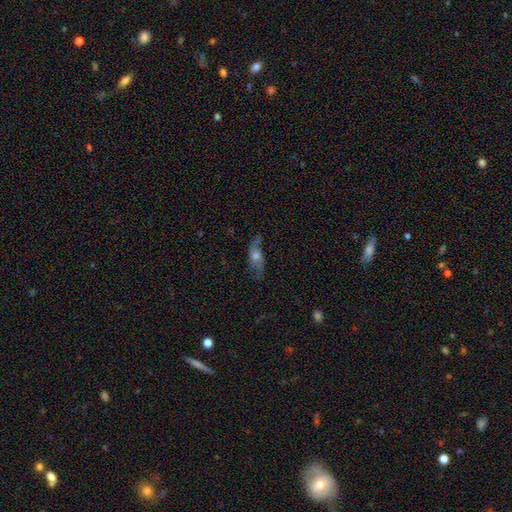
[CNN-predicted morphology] Smooth or featured?
  - featured or disk: 54% *
  - smooth: 36%
  - star or artifact: 11%
Edge-on disk?
  - no: 70% *
  - yes: 30%
Merging?
  - none: 66% *
  - minor disturbance: 22%
  - major disturbance: 10%
  - merger: 2%